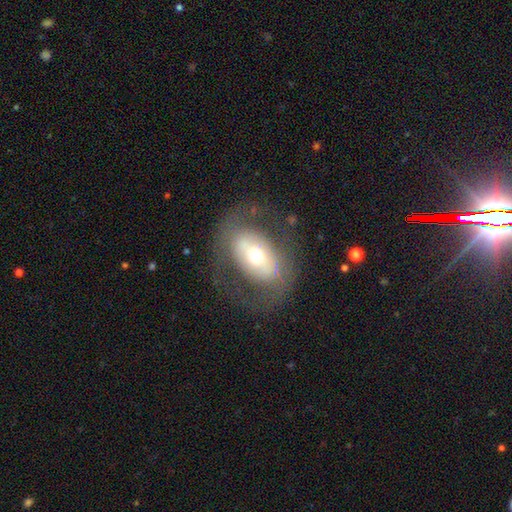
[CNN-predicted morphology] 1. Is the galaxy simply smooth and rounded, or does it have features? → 52% featured or disk, 39% smooth, 9% star or artifact.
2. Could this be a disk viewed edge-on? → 90% no, 10% yes.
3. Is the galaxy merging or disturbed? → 64% none, 17% major disturbance, 17% minor disturbance, 2% merger.